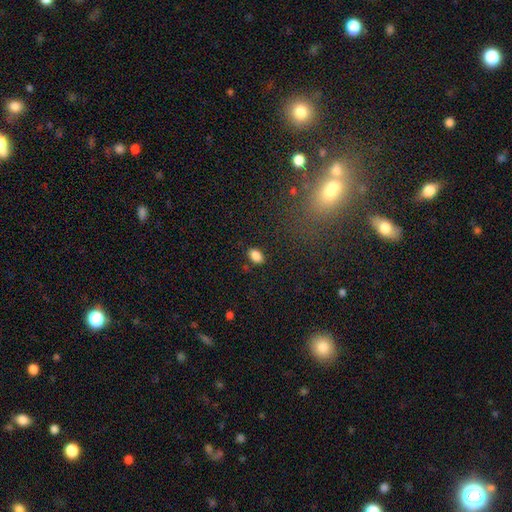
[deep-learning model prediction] smooth_or_featured: smooth (p=0.86) [alt: star or artifact p=0.09]
how_rounded: in between (p=0.85) [alt: round p=0.14]
merging: none (p=0.85) [alt: minor disturbance p=0.11]